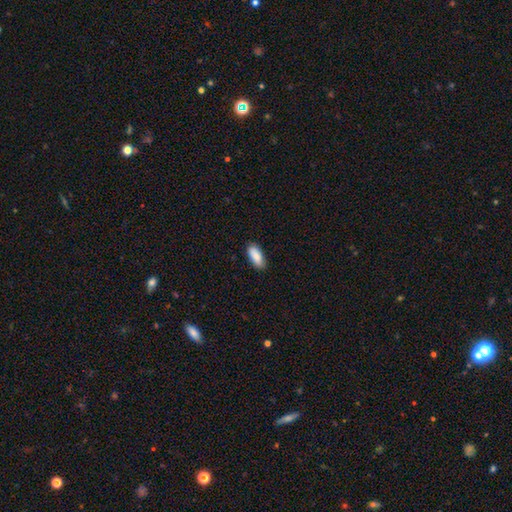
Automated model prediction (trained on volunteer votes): Overall: smooth (88%). How rounded: in between (83%). Merging: none (86%).